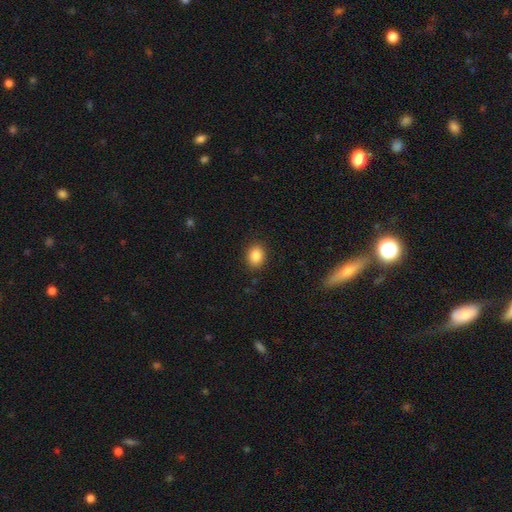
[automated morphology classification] A smooth galaxy with no disk features (86%) that is in between round and cigar-shaped (57%). Merging: none (89%).